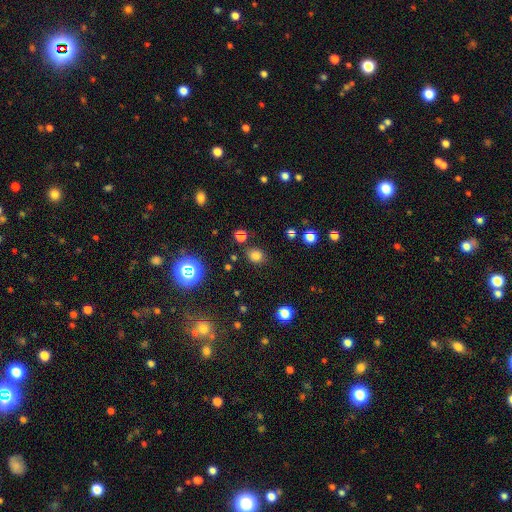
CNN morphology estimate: Smooth or featured? Predicted: smooth (p=0.75). How rounded? Predicted: round (p=0.69). Merging? Predicted: none (p=0.83).